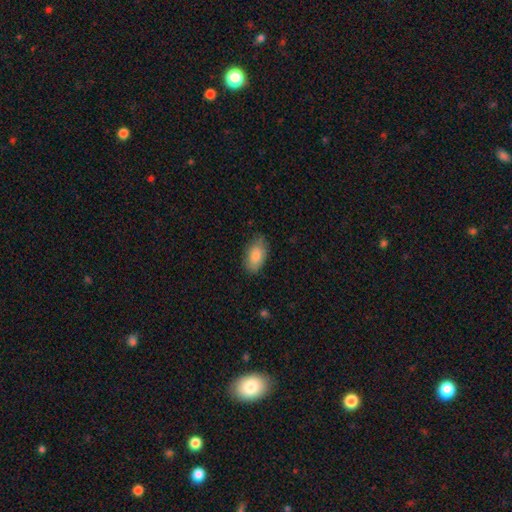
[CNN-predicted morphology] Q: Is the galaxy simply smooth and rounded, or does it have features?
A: smooth — 84%.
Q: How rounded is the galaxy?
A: in between — 93%.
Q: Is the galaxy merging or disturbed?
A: none — 80%.